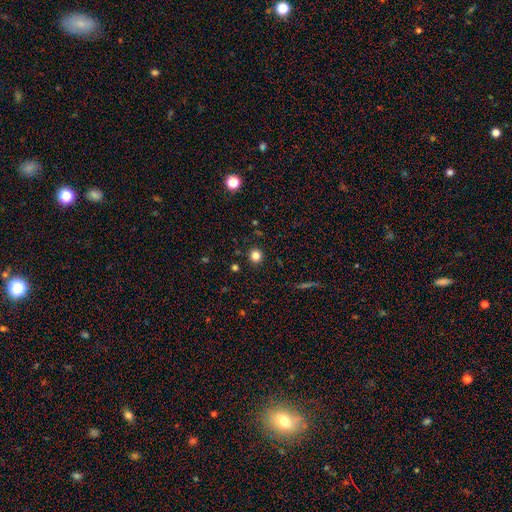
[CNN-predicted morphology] Smooth or featured? Predicted: smooth (p=0.81). How rounded? Predicted: round (p=0.92). Merging? Predicted: none (p=0.91).